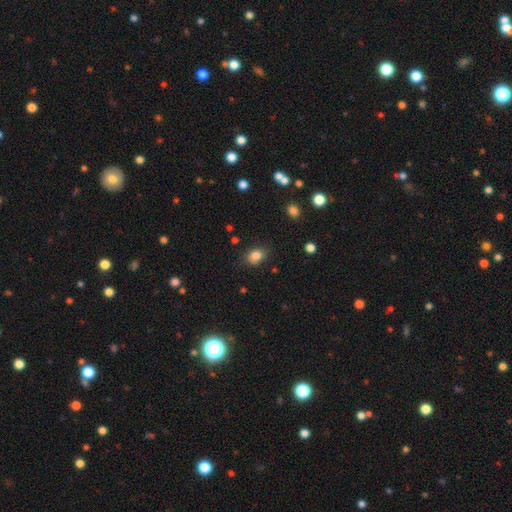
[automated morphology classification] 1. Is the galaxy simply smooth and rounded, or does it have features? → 83% smooth, 11% star or artifact, 6% featured or disk.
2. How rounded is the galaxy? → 63% in between, 35% round, 1% cigar-shaped.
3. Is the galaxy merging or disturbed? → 77% none, 17% minor disturbance, 4% major disturbance, 2% merger.